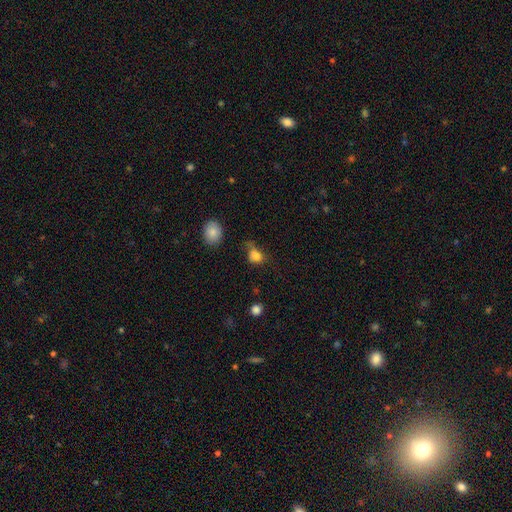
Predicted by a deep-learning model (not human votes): A smooth galaxy with no disk features (77%) that is round (51%).

Vote fractions:
- Smooth or featured? smooth: 77% / star or artifact: 14% / featured or disk: 9%
- How rounded? round: 51% / in between: 47% / cigar-shaped: 2%
- Merging? none: 41% / minor disturbance: 24% / major disturbance: 19% / merger: 16%